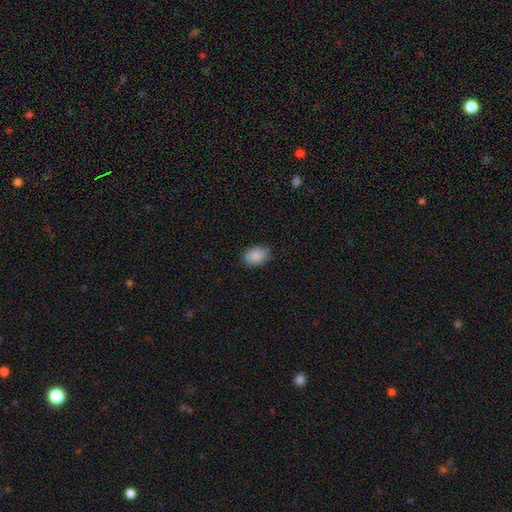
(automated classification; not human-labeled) Smooth or featured? smooth (88%)
How rounded? in between (79%)
Merging? none (78%)